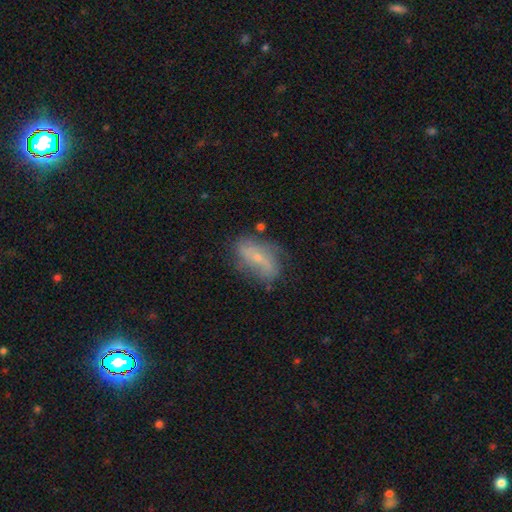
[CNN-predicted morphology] Overall: featured or disk (57%; smooth 34%). Edge-on disk: no (89%). Bar: no (46%; weak 33%). Spiral arms: yes (69%; no 31%). Bulge size: small (75%). Merging: none (61%; minor disturbance 25%).